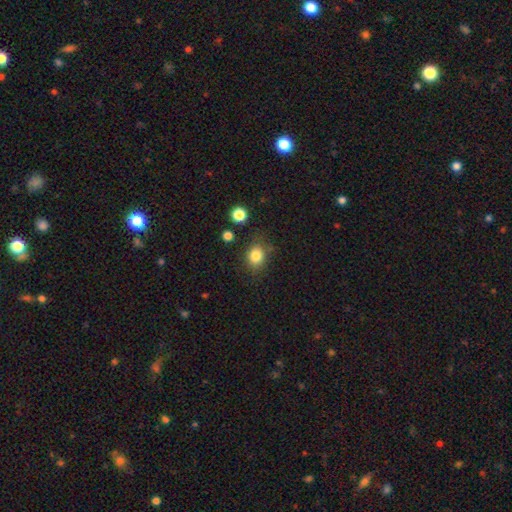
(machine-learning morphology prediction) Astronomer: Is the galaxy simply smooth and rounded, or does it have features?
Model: smooth — 82%.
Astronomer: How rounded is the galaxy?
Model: round — 54% (runner-up: in between, 45%).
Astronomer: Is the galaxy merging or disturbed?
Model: none — 76%.